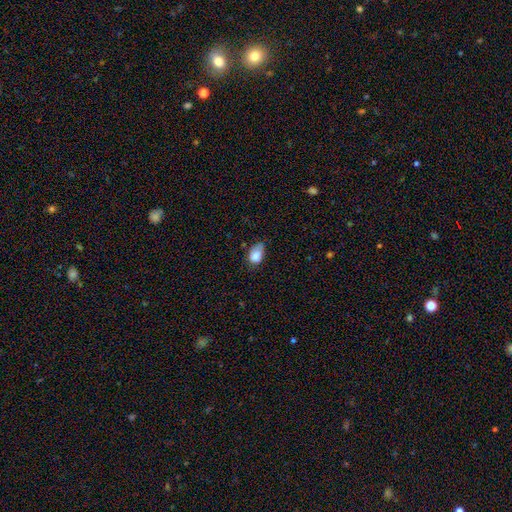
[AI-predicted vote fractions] A smooth galaxy with no disk features (81%) that is in between round and cigar-shaped (84%).

Vote fractions:
- Smooth or featured? smooth: 81% / featured or disk: 11% / star or artifact: 9%
- How rounded? in between: 84% / round: 15% / cigar-shaped: 1%
- Merging? minor disturbance: 41% / none: 39% / major disturbance: 15% / merger: 5%